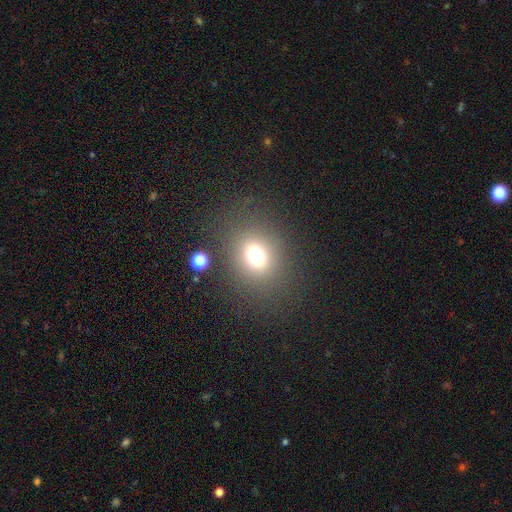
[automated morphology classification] Smooth or featured?
  - smooth: 73% *
  - star or artifact: 18%
  - featured or disk: 9%
How rounded?
  - round: 58% *
  - in between: 41%
  - cigar-shaped: 1%
Merging?
  - none: 80% *
  - minor disturbance: 10%
  - major disturbance: 7%
  - merger: 3%